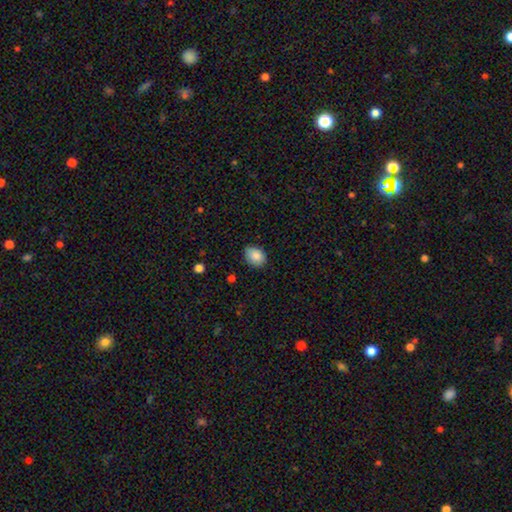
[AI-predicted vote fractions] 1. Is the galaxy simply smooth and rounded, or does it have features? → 87% smooth, 8% star or artifact, 5% featured or disk.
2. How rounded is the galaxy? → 71% in between, 28% round, 1% cigar-shaped.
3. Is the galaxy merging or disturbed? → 81% none, 16% minor disturbance, 2% major disturbance, 1% merger.